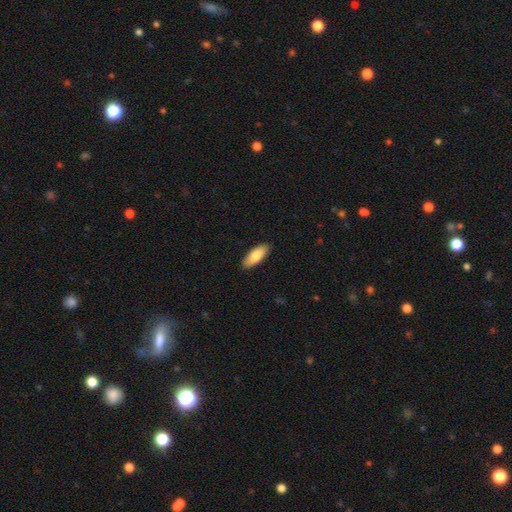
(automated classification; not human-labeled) Morphology: type=smooth (82%); roundness=in between (75%); merging=none (90%).